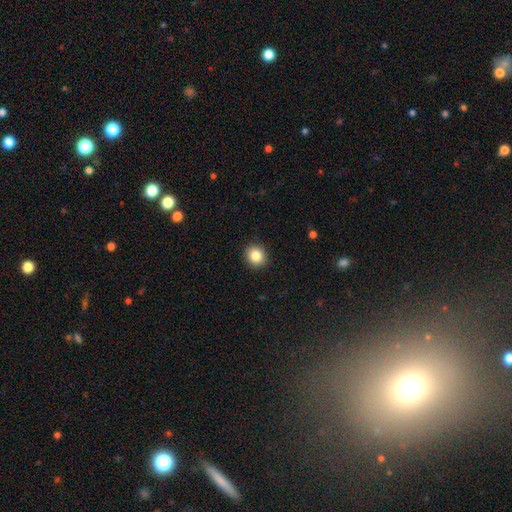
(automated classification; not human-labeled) Smooth or featured?
  - smooth: 85% *
  - star or artifact: 9%
  - featured or disk: 6%
How rounded?
  - round: 86% *
  - in between: 13%
  - cigar-shaped: 1%
Merging?
  - none: 92% *
  - minor disturbance: 6%
  - major disturbance: 2%
  - merger: 1%